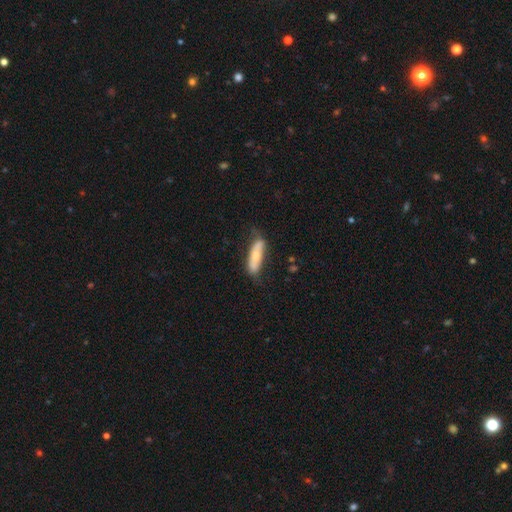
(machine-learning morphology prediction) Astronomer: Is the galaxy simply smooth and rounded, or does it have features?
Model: smooth — 58% (runner-up: featured or disk, 36%).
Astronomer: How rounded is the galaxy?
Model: cigar-shaped — 49% (runner-up: in between, 48%).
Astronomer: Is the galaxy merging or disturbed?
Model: none — 64%.